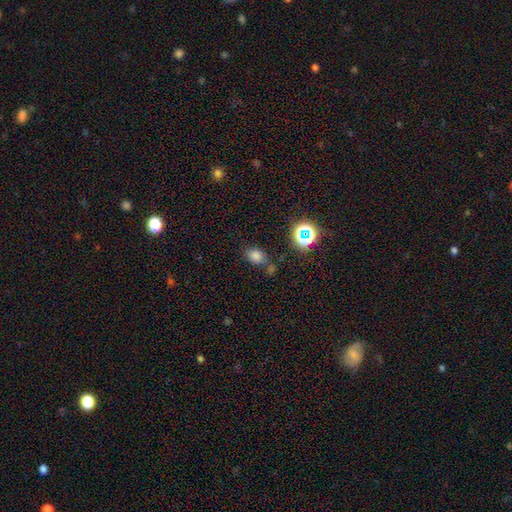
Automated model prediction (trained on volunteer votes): Smooth or featured?
  - smooth: 72% *
  - star or artifact: 20%
  - featured or disk: 7%
How rounded?
  - in between: 67% *
  - round: 31%
  - cigar-shaped: 1%
Merging?
  - none: 64% *
  - minor disturbance: 17%
  - merger: 13%
  - major disturbance: 6%